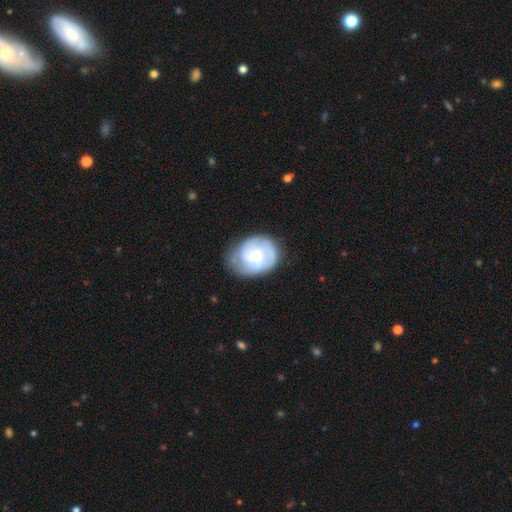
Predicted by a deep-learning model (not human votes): smooth-or-featured: featured or disk: 62% | smooth: 32% | star or artifact: 6%
  disk-edge-on: no: 98% | yes: 2%
    bar: no: 62% | weak: 33% | strong: 5%
    has-spiral-arms: yes: 87% | no: 13%
      spiral-winding: tight: 47% | medium: 39% | loose: 14%
      spiral-arm-count: 2: 37% | can't tell: 29% | 3: 21% | 1: 6% | 4: 4% | more than 4: 3%
    bulge-size: small: 55% | moderate: 36% | none: 4% | large: 3% | dominant: 1%
  merging: none: 61% | minor disturbance: 26% | major disturbance: 11% | merger: 2%